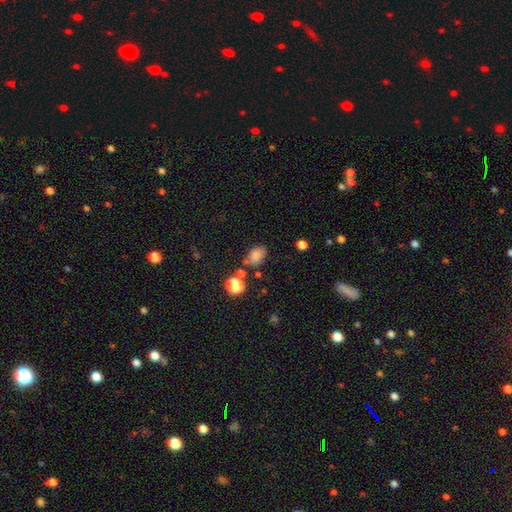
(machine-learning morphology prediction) smooth_or_featured: smooth (p=0.79) [alt: star or artifact p=0.14]
how_rounded: in between (p=0.77) [alt: round p=0.22]
merging: none (p=0.68) [alt: minor disturbance p=0.18]